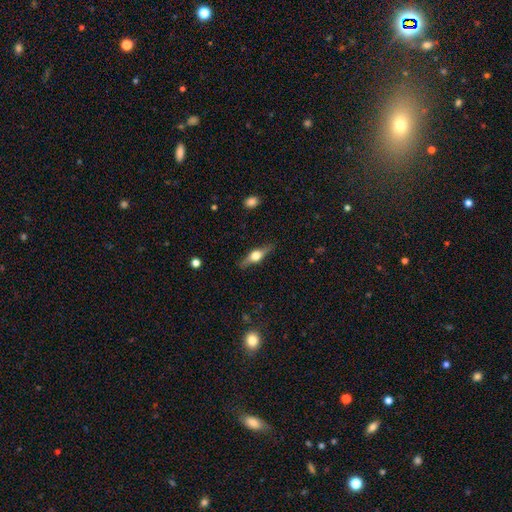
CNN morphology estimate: Q: Smooth or featured?
A: featured or disk (62%); runner-up: smooth (31%)
Q: Edge-on disk?
A: yes (94%); runner-up: no (6%)
Q: Edge-on bulge?
A: rounded (94%); runner-up: boxy (4%)
Q: Merging?
A: none (85%); runner-up: minor disturbance (11%)